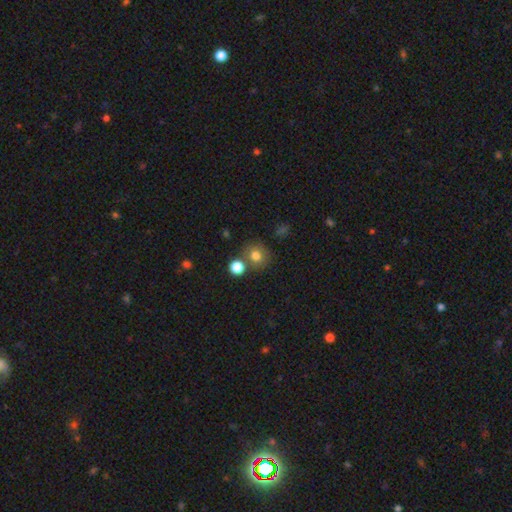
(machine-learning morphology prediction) type=smooth (78%); roundness=round (84%); merging=none (68%).